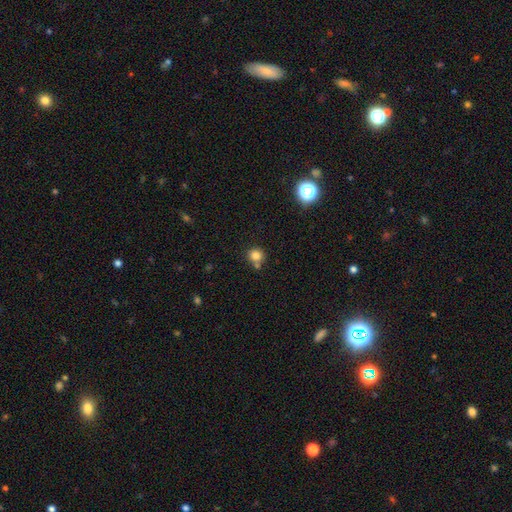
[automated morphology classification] type=smooth (81%); roundness=round (89%); merging=none (65%).